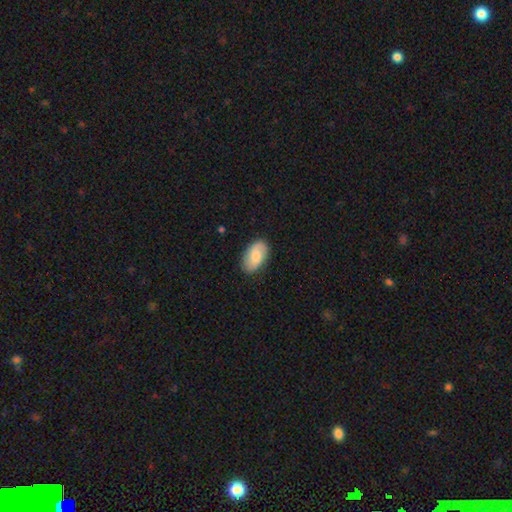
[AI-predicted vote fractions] A smooth galaxy with no disk features (72%) that is in between round and cigar-shaped (94%).

Vote fractions:
- Smooth or featured? smooth: 72% / featured or disk: 22% / star or artifact: 6%
- How rounded? in between: 94% / round: 5% / cigar-shaped: 2%
- Merging? none: 84% / minor disturbance: 12% / major disturbance: 2% / merger: 1%